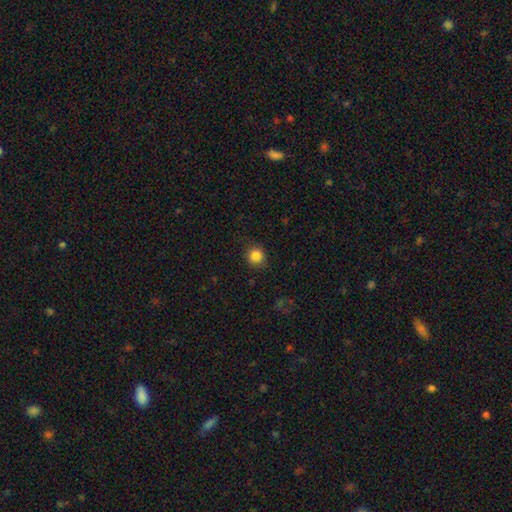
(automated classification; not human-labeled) A smooth galaxy with no disk features (85%) that is round (90%). Merging: none (86%).